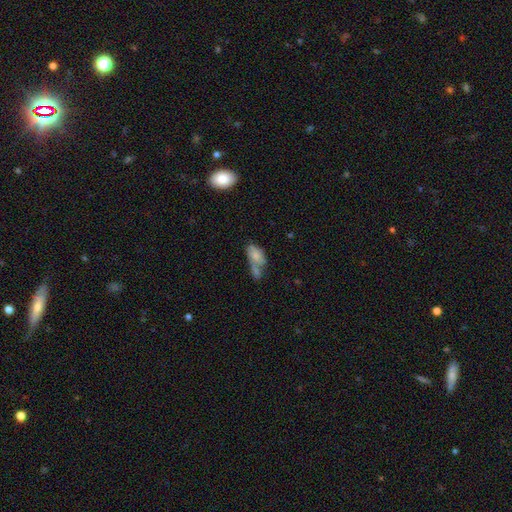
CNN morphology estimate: type=smooth (69%); roundness=in between (91%); merging=merger (47%).